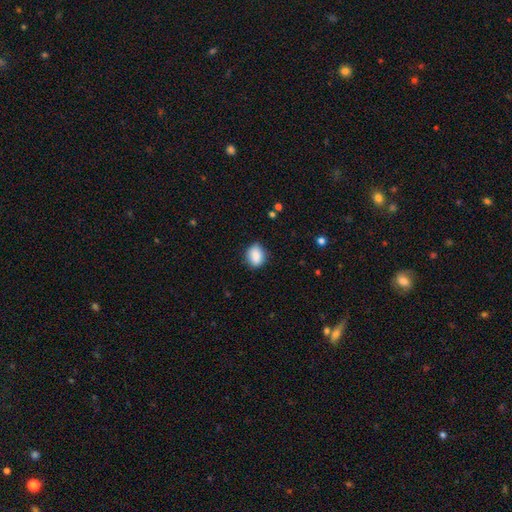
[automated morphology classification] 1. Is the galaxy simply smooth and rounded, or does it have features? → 86% smooth, 8% star or artifact, 6% featured or disk.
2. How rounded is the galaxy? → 57% in between, 42% round, 1% cigar-shaped.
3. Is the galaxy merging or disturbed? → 82% none, 14% minor disturbance, 3% major disturbance, 1% merger.